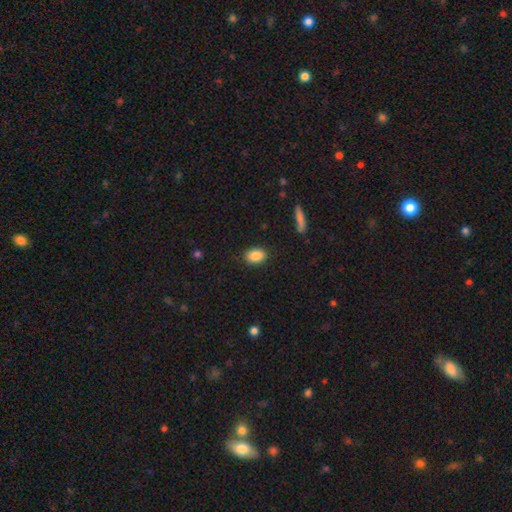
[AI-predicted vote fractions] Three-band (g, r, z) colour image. It shows a smooth galaxy with no disk features (87%) that is in between round and cigar-shaped (78%). Merging: none (88%).